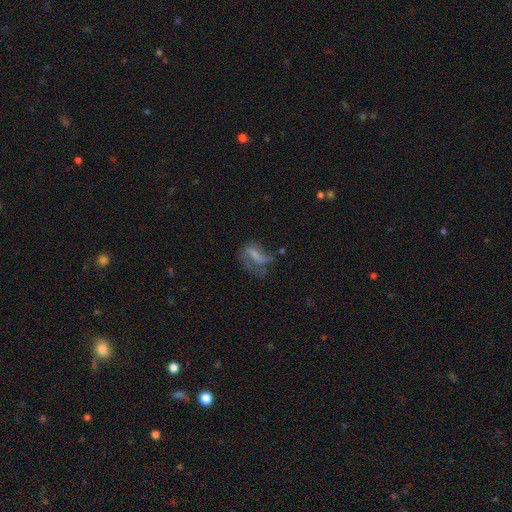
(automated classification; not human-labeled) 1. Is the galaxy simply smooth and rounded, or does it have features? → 51% featured or disk, 37% smooth, 11% star or artifact.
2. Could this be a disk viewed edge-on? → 94% no, 6% yes.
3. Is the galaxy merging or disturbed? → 42% major disturbance, 30% none, 22% minor disturbance, 6% merger.